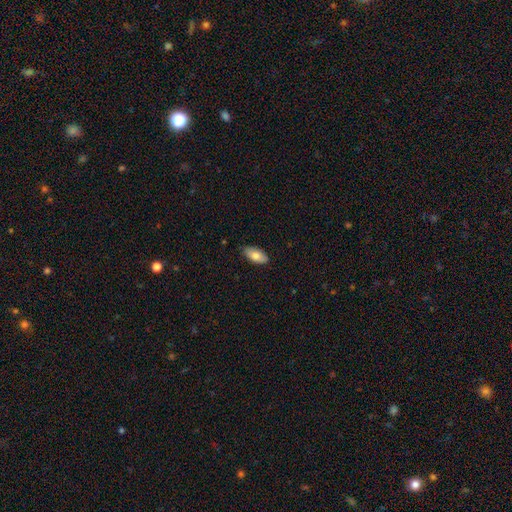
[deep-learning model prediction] smooth-or-featured: smooth: 77% | featured or disk: 17% | star or artifact: 6%
  how-rounded: in between: 90% | cigar-shaped: 7% | round: 2%
  merging: none: 86% | minor disturbance: 11% | major disturbance: 2% | merger: 1%